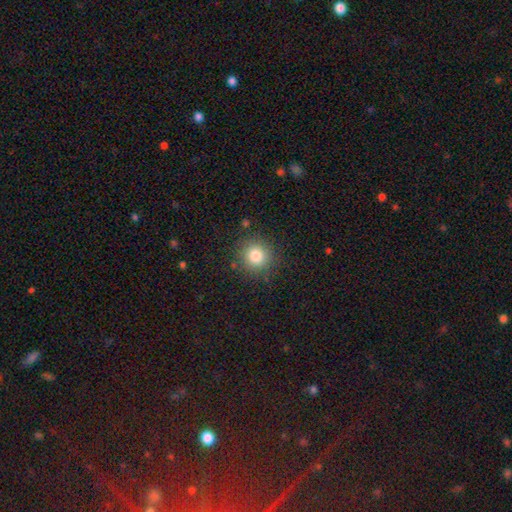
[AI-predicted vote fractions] The model was most divided on "smooth or featured": smooth: 82%, star or artifact: 11%, featured or disk: 7%. More confident: how rounded — round (92%); merging — none (87%).